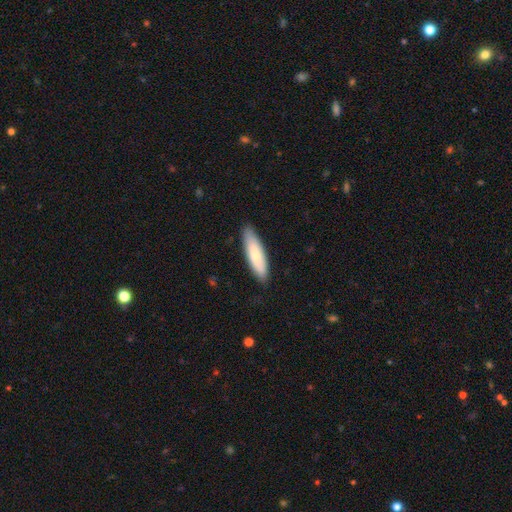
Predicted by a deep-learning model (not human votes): A smooth galaxy with no disk features (76%) that is cigar-shaped (60%). Merging: none (85%).